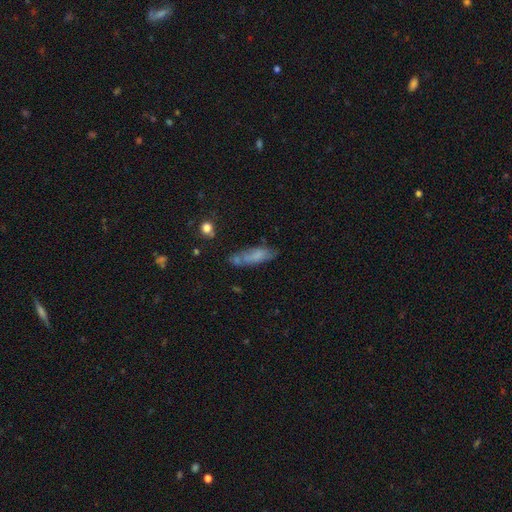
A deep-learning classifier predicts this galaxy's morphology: smooth-or-featured: smooth: 65% | featured or disk: 26% | star or artifact: 9%
  how-rounded: in between: 50% | cigar-shaped: 48% | round: 2%
  merging: none: 54% | minor disturbance: 24% | merger: 12% | major disturbance: 9%